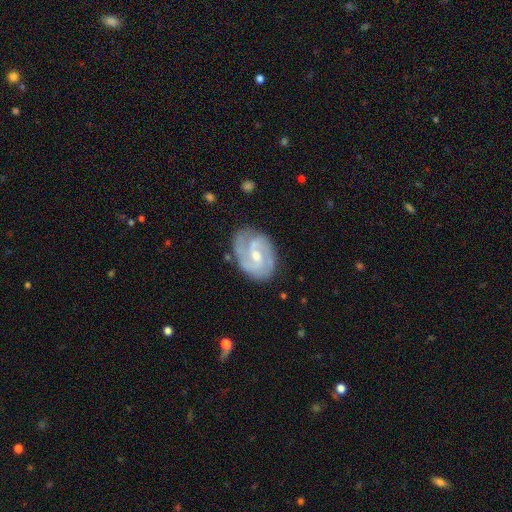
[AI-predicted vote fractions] A featured or disk galaxy (86%) with a weak bar (53%), 2 (67%) medium (47%) spiral arms (96%) and a moderate central bulge (51%). Merging: none (74%).